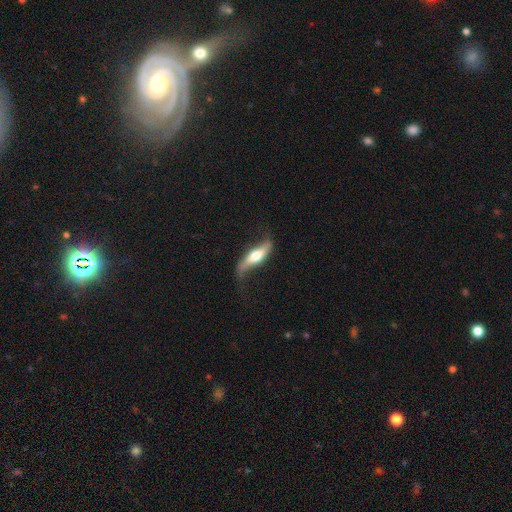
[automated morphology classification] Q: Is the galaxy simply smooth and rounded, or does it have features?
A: featured or disk — 70%.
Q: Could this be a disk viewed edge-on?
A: no — 52%.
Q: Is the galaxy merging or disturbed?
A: none — 54%.